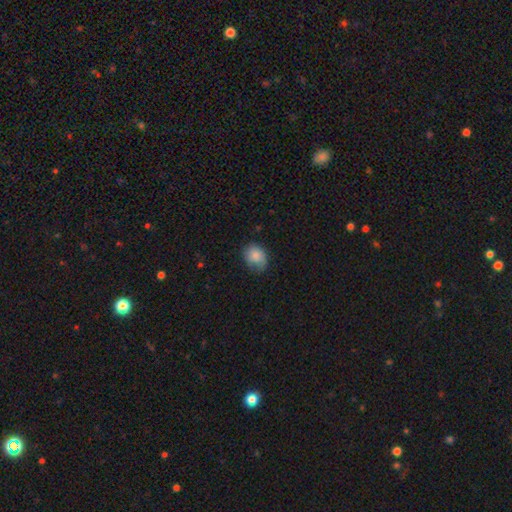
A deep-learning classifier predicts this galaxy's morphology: Q: Smooth or featured?
A: smooth (81%); runner-up: featured or disk (10%)
Q: How rounded?
A: in between (52%); runner-up: round (47%)
Q: Merging?
A: none (61%); runner-up: minor disturbance (30%)